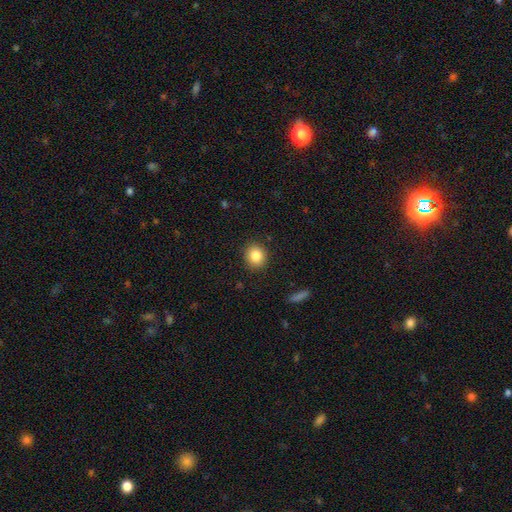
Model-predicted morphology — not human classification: This appears to be a smooth galaxy with no disk features (84%) that is round (81%). Merging: none (90%).